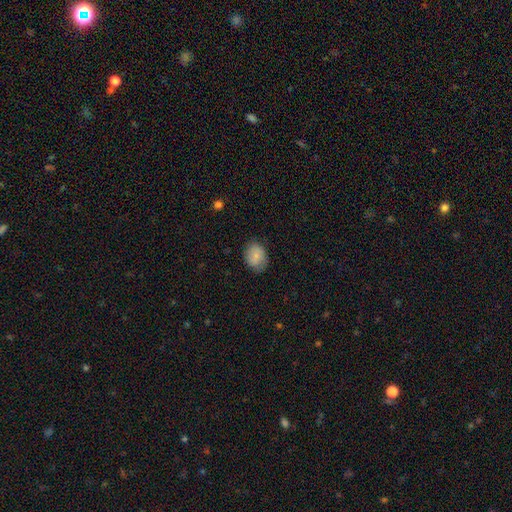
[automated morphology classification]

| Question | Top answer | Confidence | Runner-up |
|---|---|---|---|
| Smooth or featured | smooth | 80% | featured or disk (12%) |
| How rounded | in between | 63% | round (36%) |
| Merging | none | 74% | minor disturbance (20%) |